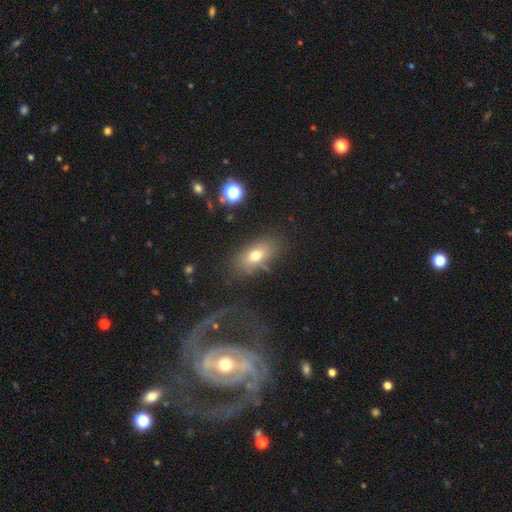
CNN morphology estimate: Smooth or featured? smooth (71%)
How rounded? in between (85%)
Merging? none (75%)